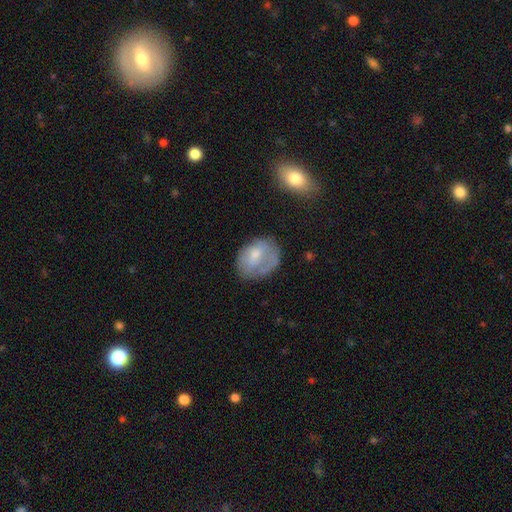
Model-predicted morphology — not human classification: smooth 56%, featured or disk 36%, star or artifact 8%. Down the decision tree: how rounded — in between (60%); merging — none (52%).